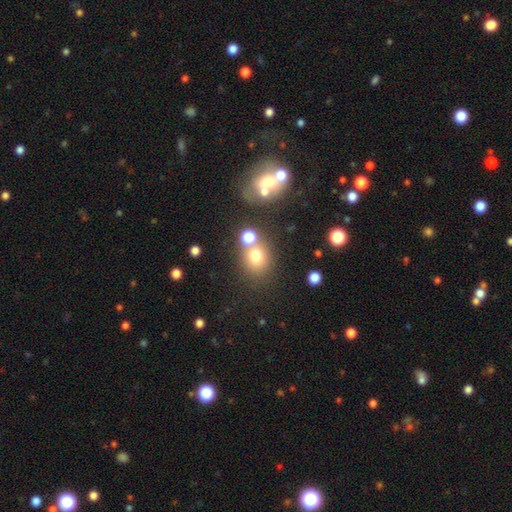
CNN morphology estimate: smooth_or_featured: smooth (p=0.70) [alt: star or artifact p=0.18]
how_rounded: round (p=0.72) [alt: in between p=0.27]
merging: none (p=0.60) [alt: merger p=0.24]